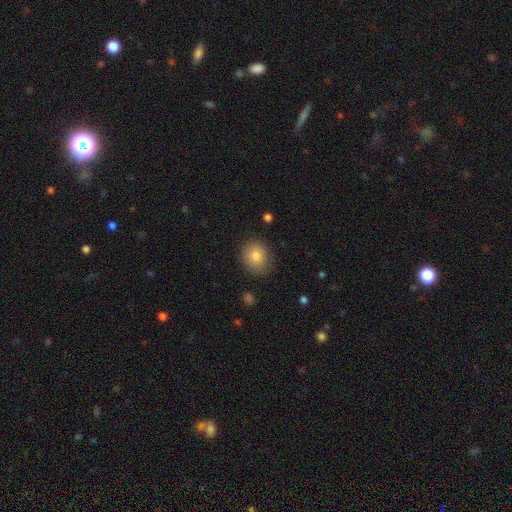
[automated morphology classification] Overall: smooth (83%). How rounded: round (68%; in between 31%). Merging: none (83%).